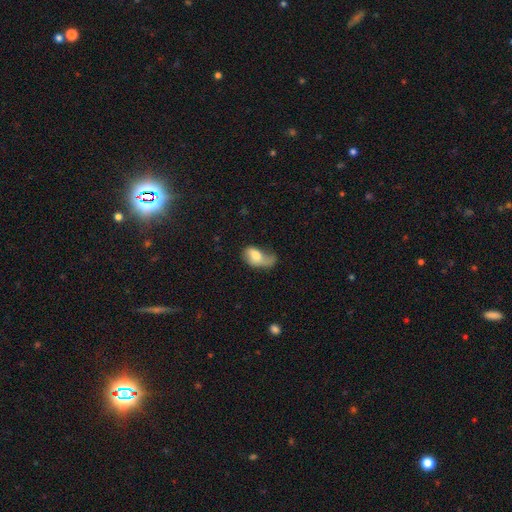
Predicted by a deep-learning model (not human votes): This is likely a smooth galaxy (68%). How rounded: clearly in between (88%). Merging: possibly major disturbance (47%).